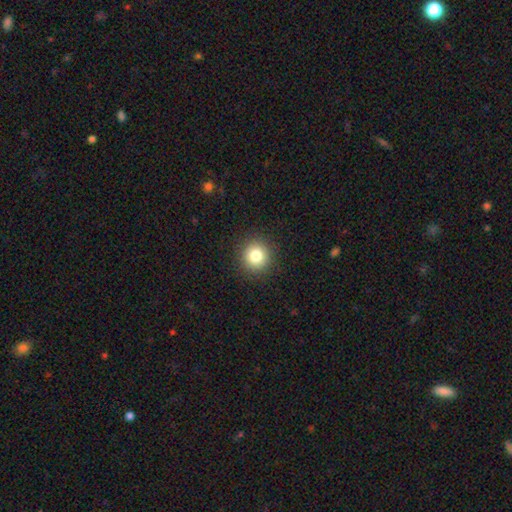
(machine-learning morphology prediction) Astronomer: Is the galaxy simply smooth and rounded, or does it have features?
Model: smooth — 81%.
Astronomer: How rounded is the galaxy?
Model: round — 93%.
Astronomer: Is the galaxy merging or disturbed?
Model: none — 92%.